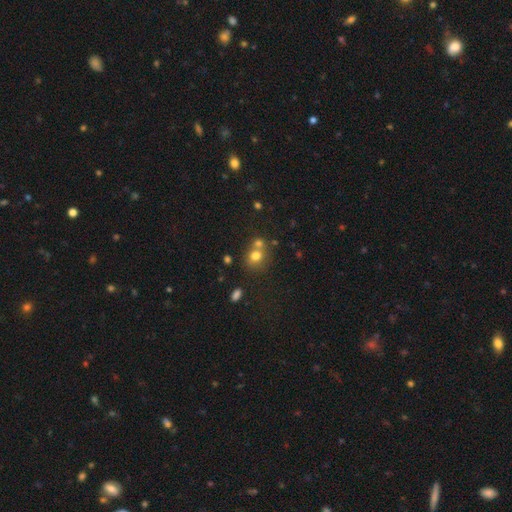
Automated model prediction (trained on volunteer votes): smooth-or-featured: smooth: 73% | star or artifact: 14% | featured or disk: 12%
  how-rounded: round: 73% | in between: 26% | cigar-shaped: 1%
  merging: none: 46% | merger: 42% | minor disturbance: 9% | major disturbance: 4%